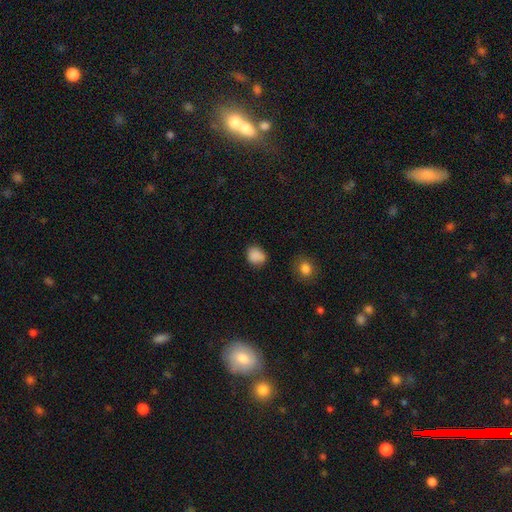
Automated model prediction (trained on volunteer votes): Smooth or featured?
  - smooth: 85% *
  - star or artifact: 11%
  - featured or disk: 4%
How rounded?
  - round: 64% *
  - in between: 35%
  - cigar-shaped: 1%
Merging?
  - none: 74% *
  - minor disturbance: 18%
  - major disturbance: 4%
  - merger: 3%